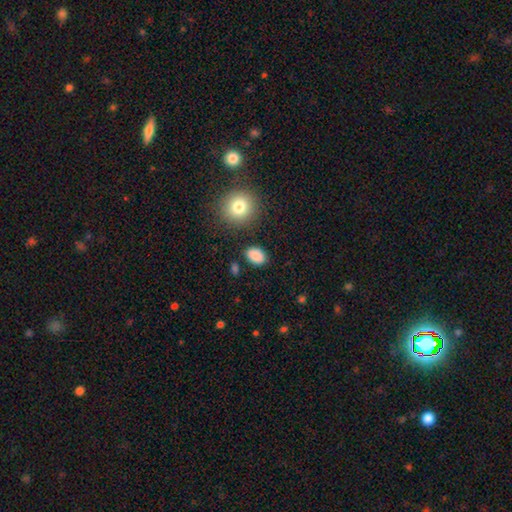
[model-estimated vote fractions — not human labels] A smooth galaxy with no disk features (87%) that is in between round and cigar-shaped (79%).

Vote fractions:
- Smooth or featured? smooth: 87% / star or artifact: 9% / featured or disk: 4%
- How rounded? in between: 79% / round: 19% / cigar-shaped: 1%
- Merging? none: 82% / minor disturbance: 11% / major disturbance: 3% / merger: 3%